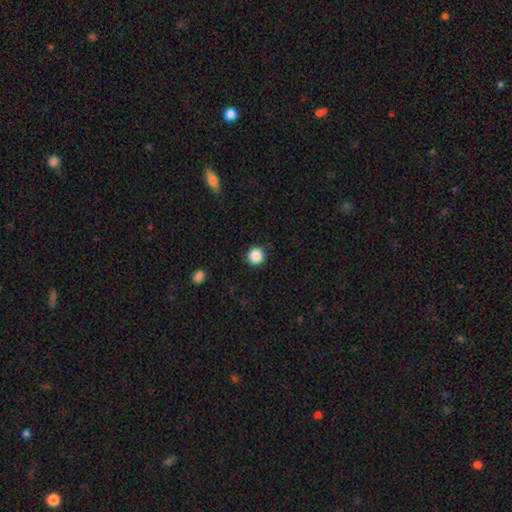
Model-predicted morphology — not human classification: This appears to be a smooth galaxy with no disk features (88%) that is round (95%). Merging: none (91%).